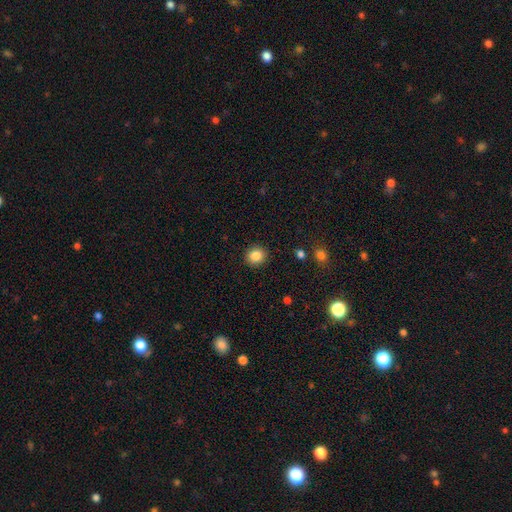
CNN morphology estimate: smooth 85%, star or artifact 10%, featured or disk 5%. Down the decision tree: how rounded — round (85%); merging — none (91%).